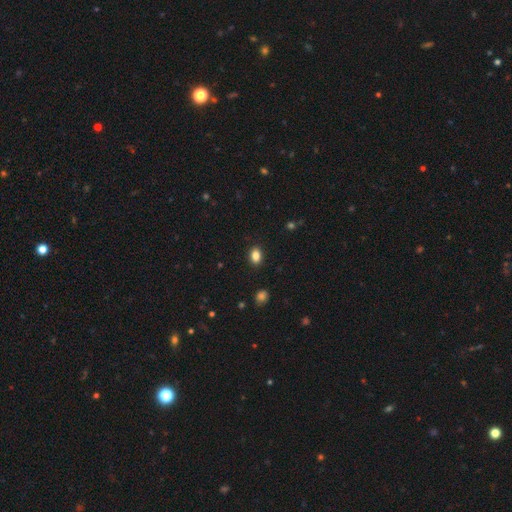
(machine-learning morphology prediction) The model was most divided on "how rounded": in between: 78%, round: 20%, cigar-shaped: 1%. More confident: merging — none (89%); smooth or featured — smooth (85%).